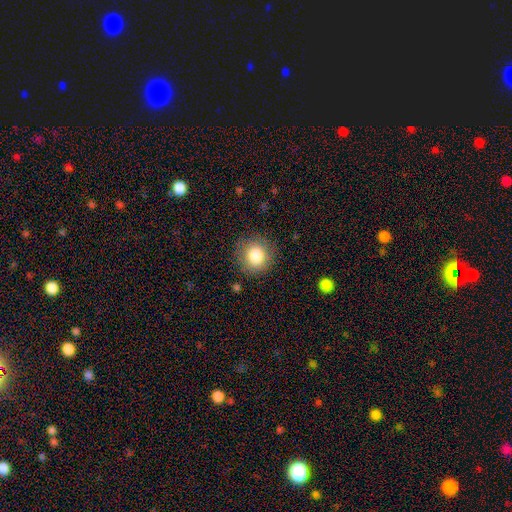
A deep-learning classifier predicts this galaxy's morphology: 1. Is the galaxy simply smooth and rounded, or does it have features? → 83% smooth, 10% star or artifact, 7% featured or disk.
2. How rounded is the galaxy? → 92% round, 8% in between, 1% cigar-shaped.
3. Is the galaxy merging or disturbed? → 86% none, 9% minor disturbance, 3% major disturbance, 1% merger.